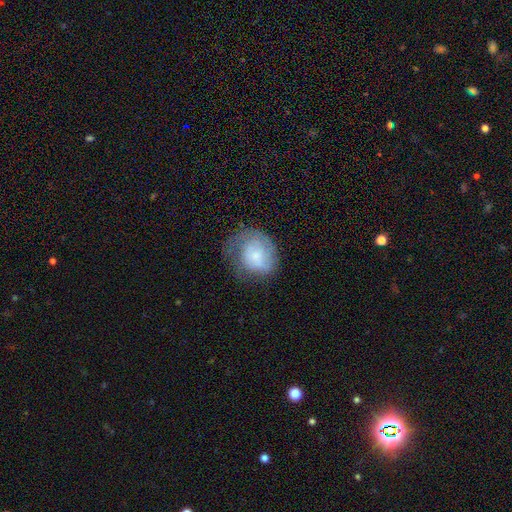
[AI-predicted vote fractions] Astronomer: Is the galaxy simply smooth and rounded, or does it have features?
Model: smooth — 47% (runner-up: featured or disk, 45%).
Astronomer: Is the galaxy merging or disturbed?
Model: none — 46% (runner-up: minor disturbance, 28%).